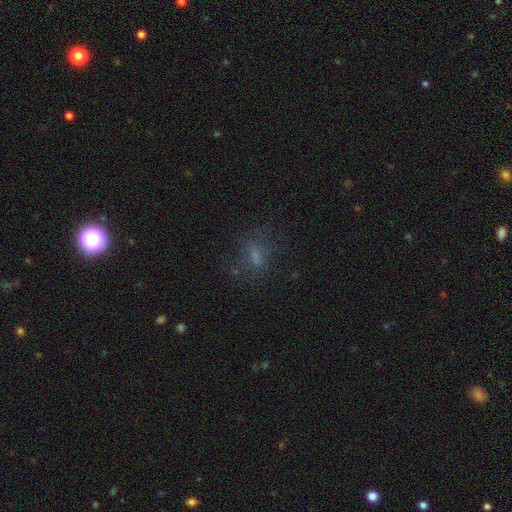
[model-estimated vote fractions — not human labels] The model was most divided on "smooth or featured": smooth: 59%, star or artifact: 22%, featured or disk: 19%. More confident: how rounded — in between (65%); merging — none (65%).